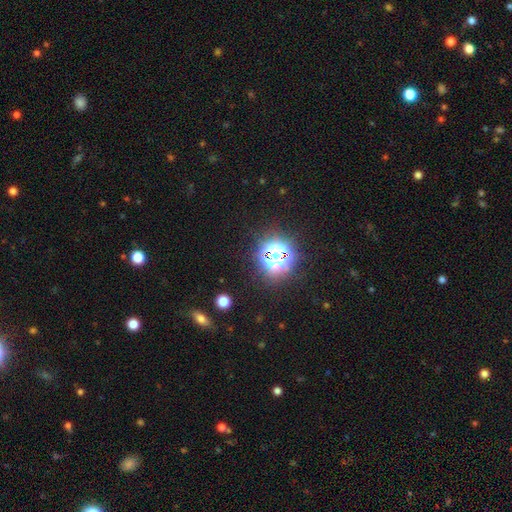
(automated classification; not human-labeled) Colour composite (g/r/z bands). It shows a star or artifact, not a galaxy (75%).